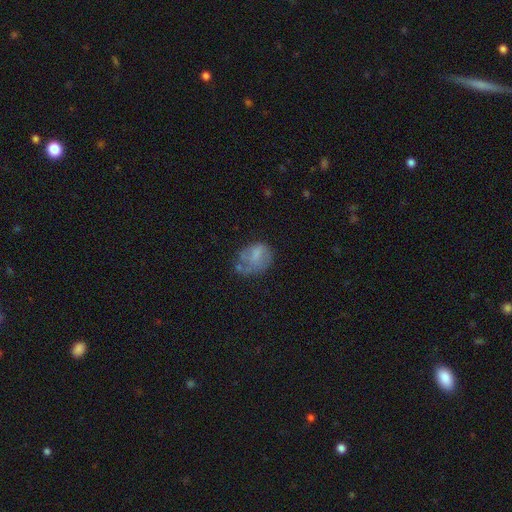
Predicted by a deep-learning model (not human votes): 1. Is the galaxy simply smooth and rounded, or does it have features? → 58% smooth, 33% featured or disk, 10% star or artifact.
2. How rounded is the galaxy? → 58% in between, 40% round, 1% cigar-shaped.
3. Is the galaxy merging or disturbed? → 35% none, 30% minor disturbance, 27% major disturbance, 8% merger.